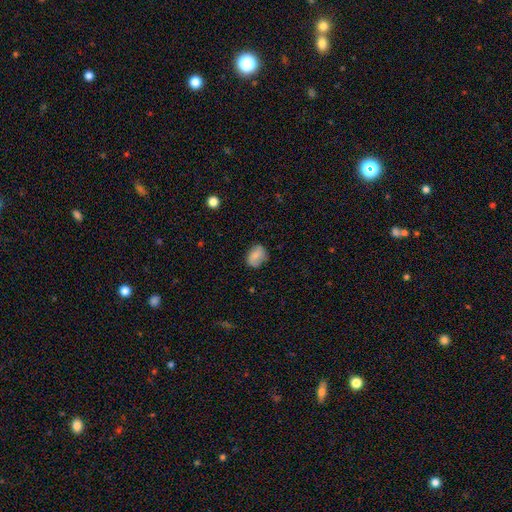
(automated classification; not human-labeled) This is likely a smooth galaxy (75%). How rounded: likely in between (63%). Merging: likely none (70%).